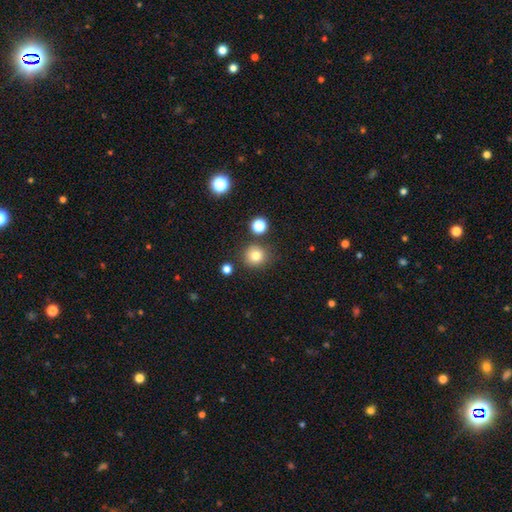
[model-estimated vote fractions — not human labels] Smooth or featured? Predicted: smooth (p=0.80). How rounded? Predicted: round (p=0.92). Merging? Predicted: none (p=0.83).